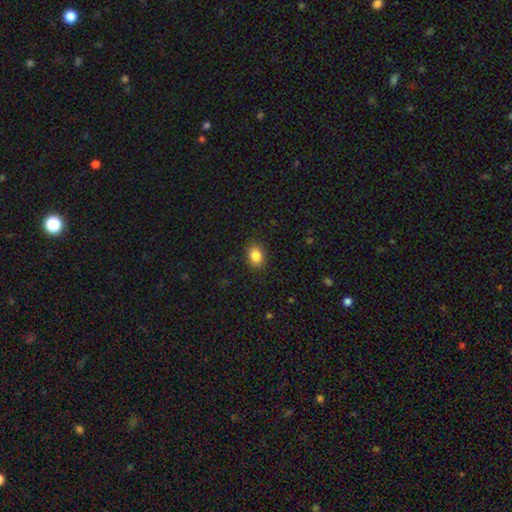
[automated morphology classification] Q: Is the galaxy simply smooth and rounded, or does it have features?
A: smooth — 85%.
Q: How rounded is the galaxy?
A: in between — 62%.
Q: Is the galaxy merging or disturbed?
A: none — 88%.